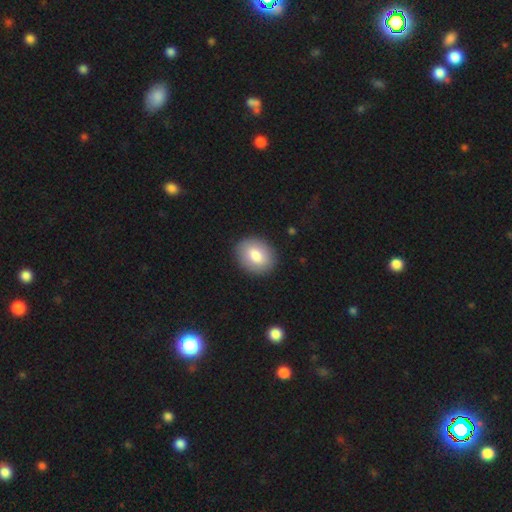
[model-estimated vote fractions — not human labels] smooth-or-featured: smooth: 81% | featured or disk: 13% | star or artifact: 7%
  how-rounded: in between: 57% | round: 42% | cigar-shaped: 1%
  merging: none: 89% | minor disturbance: 8% | major disturbance: 2% | merger: 1%